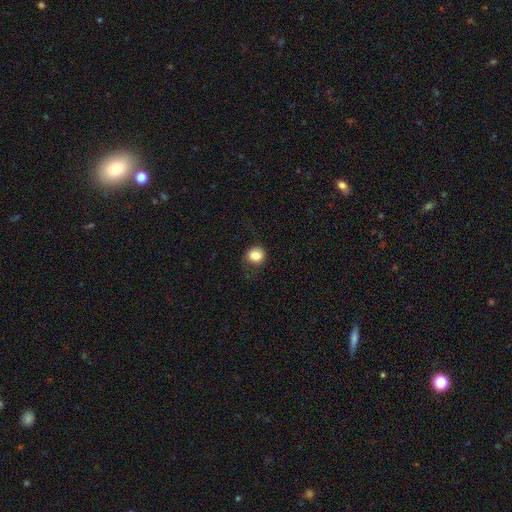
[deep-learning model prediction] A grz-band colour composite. It shows a smooth galaxy with no disk features (83%) that is round (81%). Merging: none (79%).